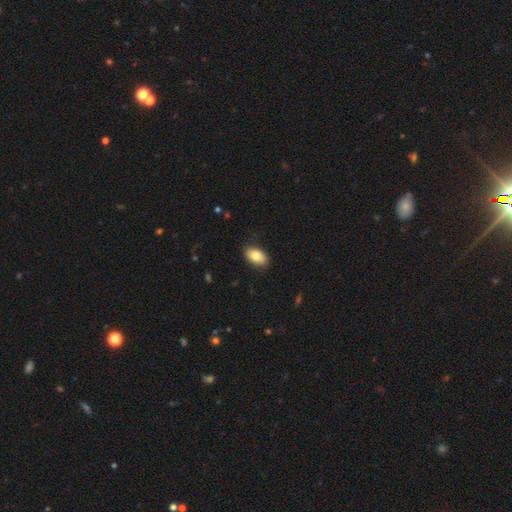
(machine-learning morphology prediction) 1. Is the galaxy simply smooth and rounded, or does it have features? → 80% smooth, 13% featured or disk, 7% star or artifact.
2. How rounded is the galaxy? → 92% in between, 6% round, 2% cigar-shaped.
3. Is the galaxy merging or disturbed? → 87% none, 10% minor disturbance, 2% major disturbance, 1% merger.